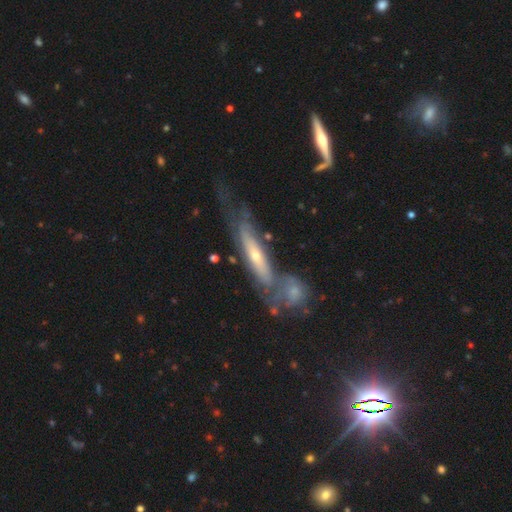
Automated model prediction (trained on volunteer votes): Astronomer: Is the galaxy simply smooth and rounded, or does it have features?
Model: featured or disk — 69%.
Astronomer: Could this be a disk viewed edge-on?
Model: yes — 58% (runner-up: no, 42%).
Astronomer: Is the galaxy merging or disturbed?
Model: none — 41% (runner-up: merger, 26%).